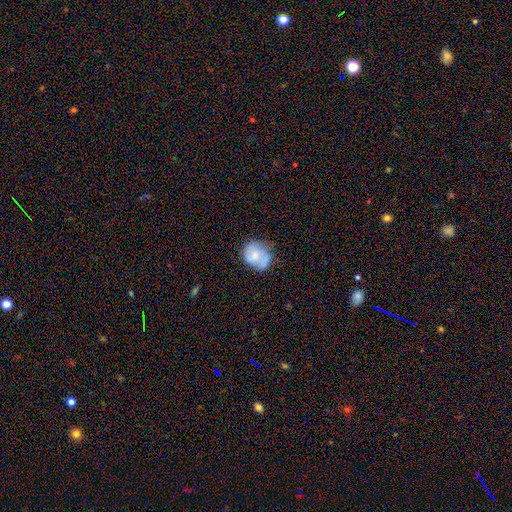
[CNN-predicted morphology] Smooth or featured? Predicted: featured or disk (p=0.47). Merging? Predicted: none (p=0.54).